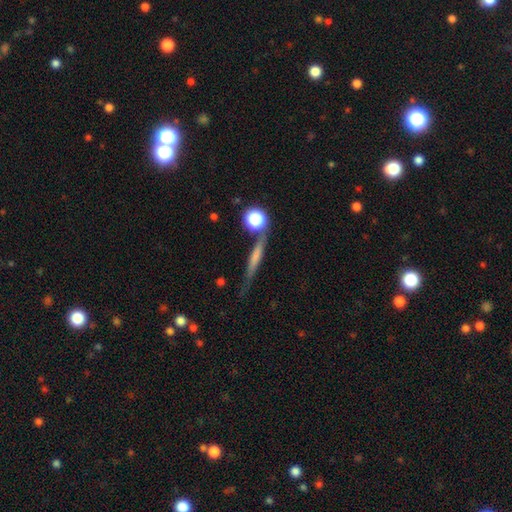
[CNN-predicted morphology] This appears to be a featured or disk galaxy (51%) viewed edge-on (90%). Merging: none (70%).